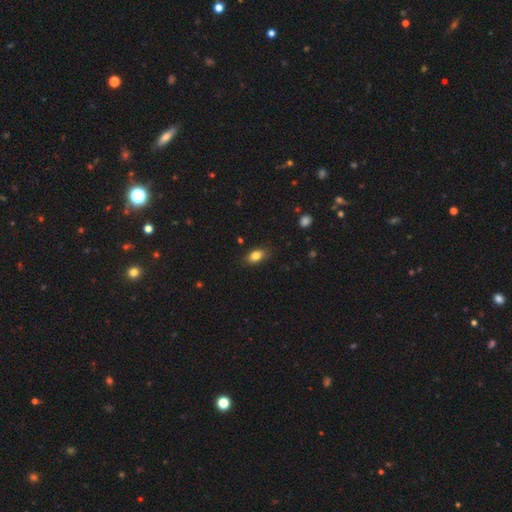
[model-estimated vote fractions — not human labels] Morphology: type=smooth (82%); roundness=in between (87%); merging=none (85%).